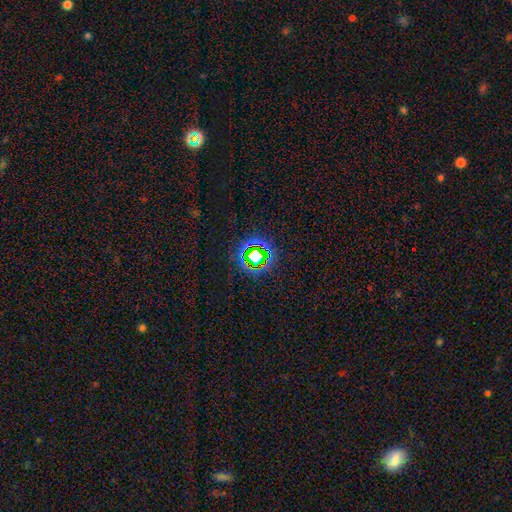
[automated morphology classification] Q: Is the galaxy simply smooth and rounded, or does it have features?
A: star or artifact — 70%.